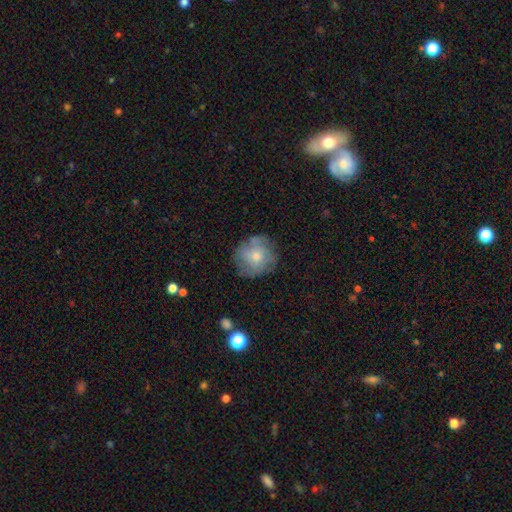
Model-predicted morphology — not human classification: A smooth galaxy with no disk features (58%) that is round (88%).

Vote fractions:
- Smooth or featured? smooth: 58% / featured or disk: 33% / star or artifact: 9%
- How rounded? round: 88% / in between: 11% / cigar-shaped: 1%
- Merging? none: 71% / minor disturbance: 19% / major disturbance: 8% / merger: 2%